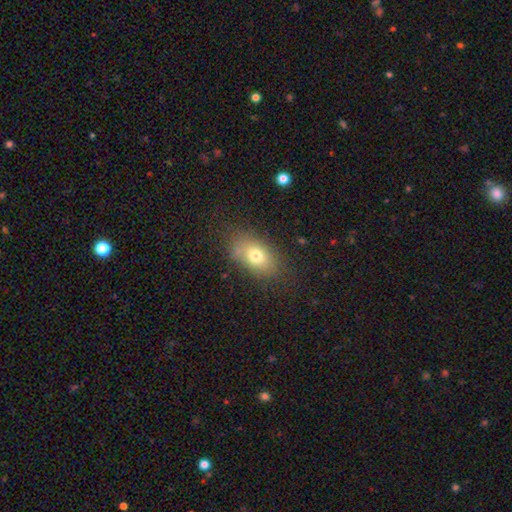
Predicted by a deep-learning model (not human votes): smooth-or-featured: smooth: 73% | featured or disk: 16% | star or artifact: 11%
  how-rounded: in between: 83% | round: 14% | cigar-shaped: 3%
  merging: none: 77% | minor disturbance: 16% | major disturbance: 6% | merger: 2%